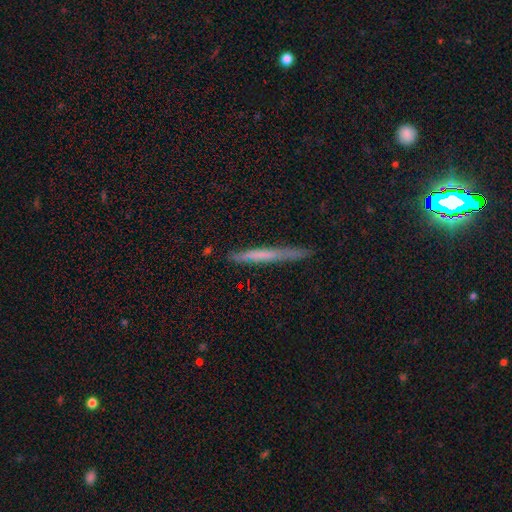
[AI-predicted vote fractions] Overall: smooth (51%; featured or disk 42%). How rounded: cigar-shaped (97%). Merging: none (87%).